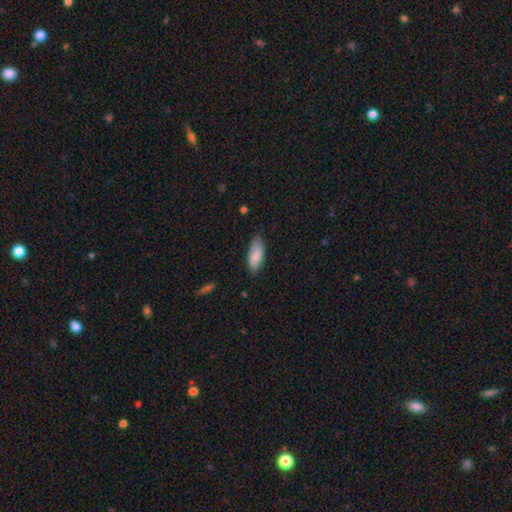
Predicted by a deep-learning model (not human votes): A smooth galaxy with no disk features (86%) that is in between round and cigar-shaped (78%).

Vote fractions:
- Smooth or featured? smooth: 86% / featured or disk: 8% / star or artifact: 6%
- How rounded? in between: 78% / cigar-shaped: 21% / round: 2%
- Merging? none: 79% / minor disturbance: 18% / major disturbance: 3% / merger: 1%